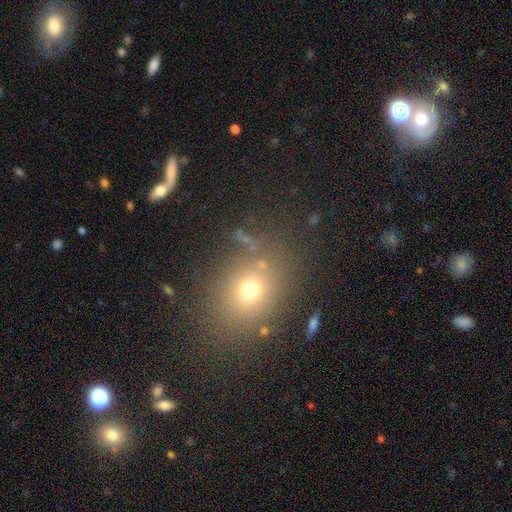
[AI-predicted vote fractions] smooth-or-featured: smooth: 58% | star or artifact: 29% | featured or disk: 12%
  how-rounded: round: 58% | in between: 41% | cigar-shaped: 1%
  merging: none: 80% | minor disturbance: 11% | major disturbance: 5% | merger: 4%